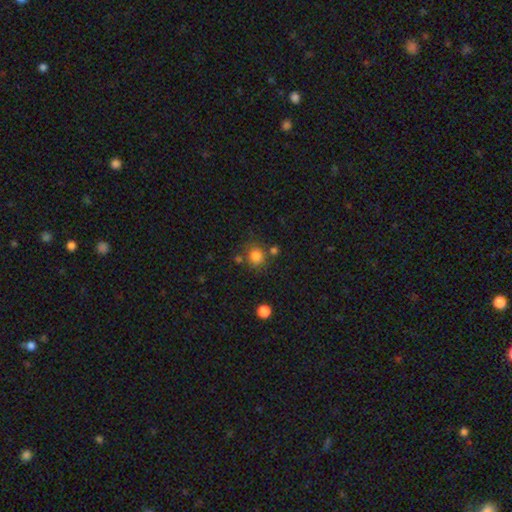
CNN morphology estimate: type=smooth (80%); roundness=round (82%); merging=none (71%).